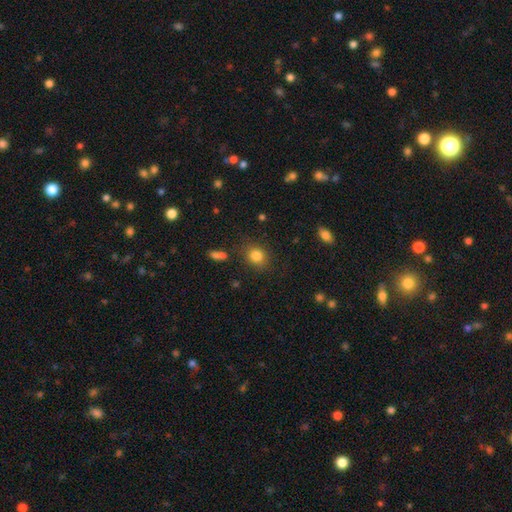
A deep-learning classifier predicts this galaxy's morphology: smooth-or-featured: smooth: 83% | star or artifact: 11% | featured or disk: 6%
  how-rounded: round: 72% | in between: 27% | cigar-shaped: 1%
  merging: none: 82% | minor disturbance: 11% | major disturbance: 4% | merger: 3%